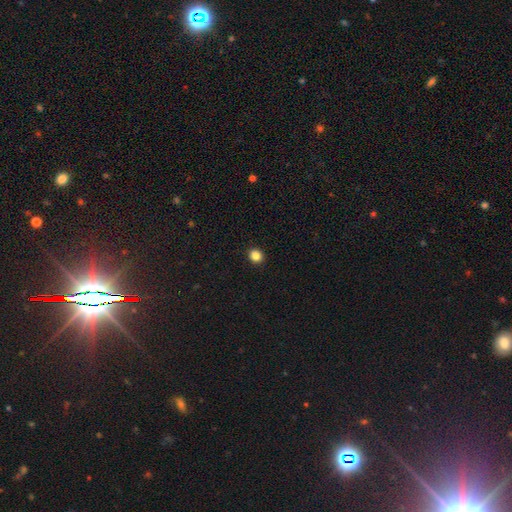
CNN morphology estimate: A smooth galaxy with no disk features (86%) that is round (82%). Merging: none (93%).